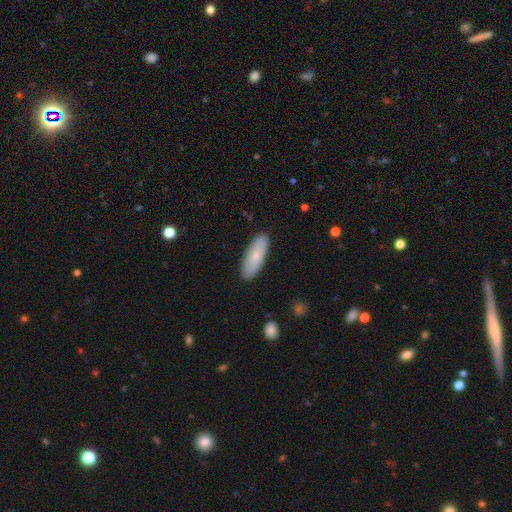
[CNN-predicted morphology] Q: Smooth or featured?
A: smooth (76%); runner-up: featured or disk (18%)
Q: How rounded?
A: in between (63%); runner-up: cigar-shaped (35%)
Q: Merging?
A: none (88%); runner-up: minor disturbance (9%)